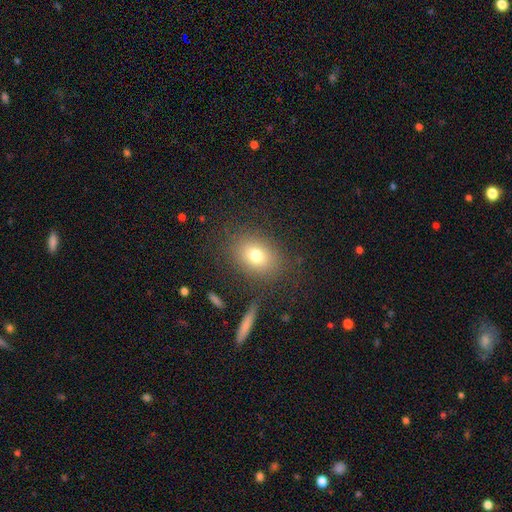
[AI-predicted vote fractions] smooth-or-featured: smooth: 75% | star or artifact: 13% | featured or disk: 12%
  how-rounded: in between: 56% | round: 43% | cigar-shaped: 1%
  merging: none: 82% | minor disturbance: 10% | major disturbance: 5% | merger: 2%